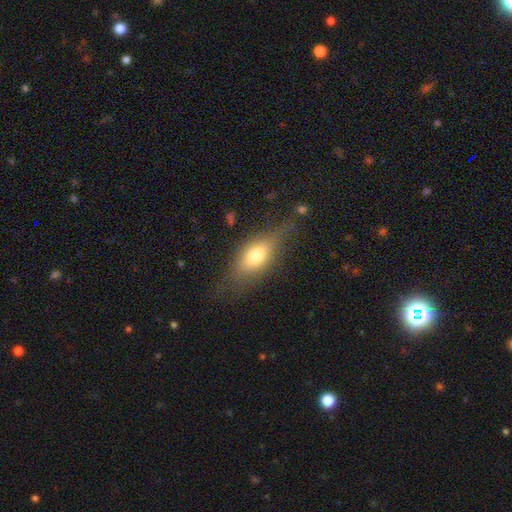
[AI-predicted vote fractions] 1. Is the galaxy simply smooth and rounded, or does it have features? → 61% smooth, 31% featured or disk, 8% star or artifact.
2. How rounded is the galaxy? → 74% in between, 18% cigar-shaped, 8% round.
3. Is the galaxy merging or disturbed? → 61% none, 24% minor disturbance, 13% major disturbance, 2% merger.